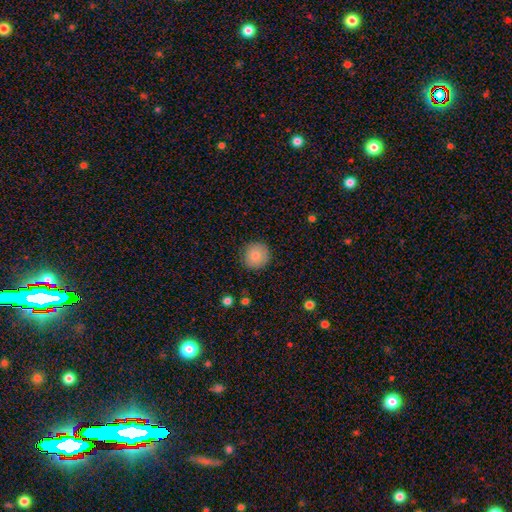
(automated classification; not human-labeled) A smooth galaxy with no disk features (84%) that is round (94%).

Vote fractions:
- Smooth or featured? smooth: 84% / featured or disk: 8% / star or artifact: 8%
- How rounded? round: 94% / in between: 5% / cigar-shaped: 1%
- Merging? none: 88% / minor disturbance: 9% / major disturbance: 2% / merger: 1%